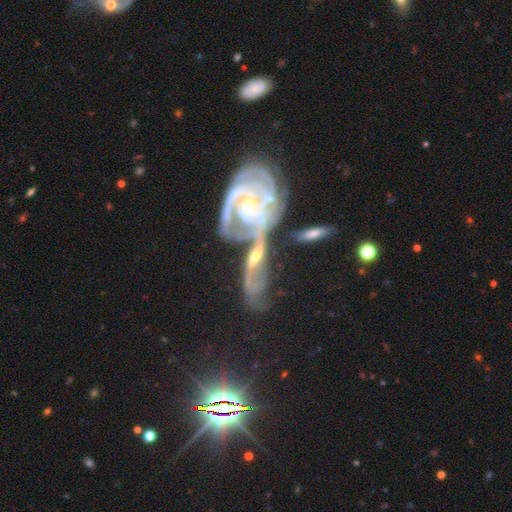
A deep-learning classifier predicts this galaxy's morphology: Q: Smooth or featured?
A: featured or disk (81%); runner-up: smooth (13%)
Q: Edge-on disk?
A: no (82%); runner-up: yes (18%)
Q: Bar?
A: no (48%); runner-up: weak (33%)
Q: Spiral arms?
A: yes (88%); runner-up: no (12%)
Q: Spiral winding?
A: loose (41%); runner-up: medium (34%)
Q: Spiral arm count?
A: 2 (61%); runner-up: can't tell (18%)
Q: Bulge size?
A: small (48%); runner-up: moderate (41%)
Q: Merging?
A: merger (53%); runner-up: none (18%)